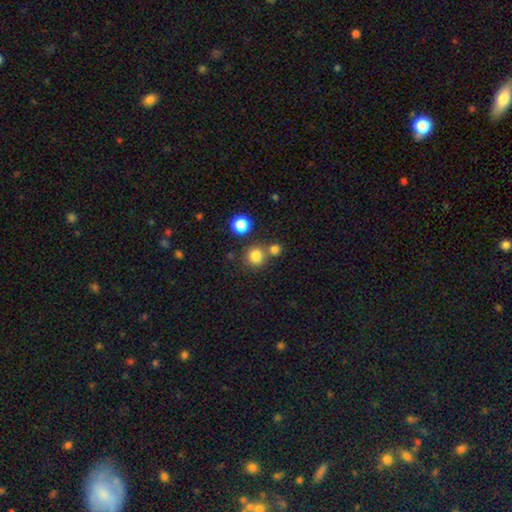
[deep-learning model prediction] smooth 81%, star or artifact 13%, featured or disk 5%. Down the decision tree: how rounded — round (91%); merging — none (68%).